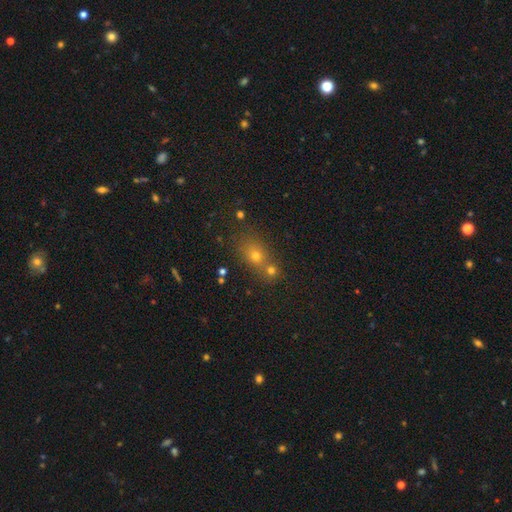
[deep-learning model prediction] The model was most divided on "how rounded": round: 55%, in between: 43%, cigar-shaped: 3%. More confident: smooth or featured — smooth (61%); merging — none (54%).